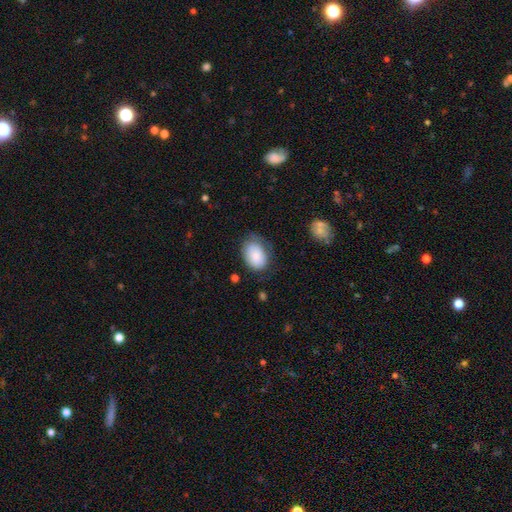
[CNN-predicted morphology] A smooth galaxy with no disk features (83%) that is in between round and cigar-shaped (82%).

Vote fractions:
- Smooth or featured? smooth: 83% / featured or disk: 10% / star or artifact: 7%
- How rounded? in between: 82% / round: 17% / cigar-shaped: 1%
- Merging? none: 61% / minor disturbance: 28% / major disturbance: 9% / merger: 2%